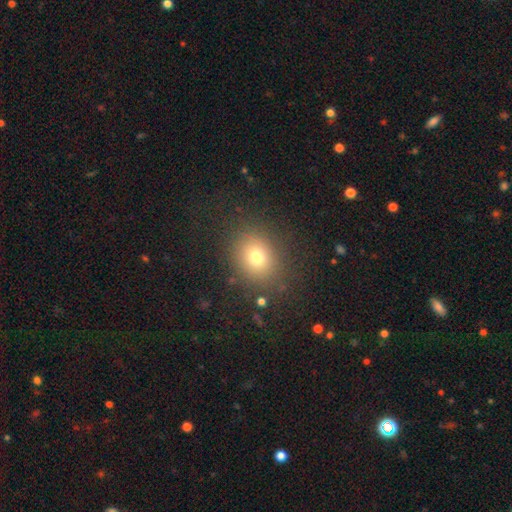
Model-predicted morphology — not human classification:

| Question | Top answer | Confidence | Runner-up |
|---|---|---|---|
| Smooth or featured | smooth | 74% | star or artifact (15%) |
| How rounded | round | 61% | in between (38%) |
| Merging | none | 85% | minor disturbance (9%) |